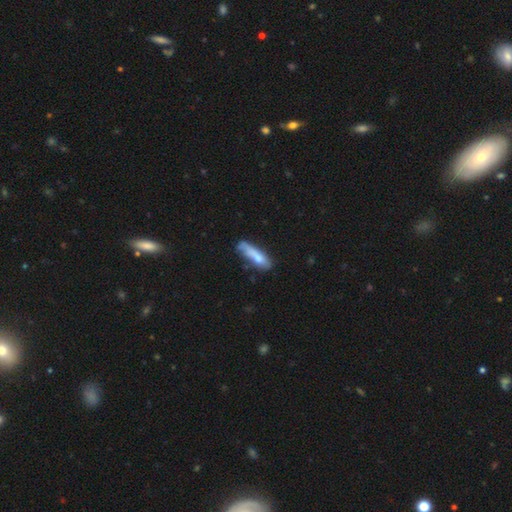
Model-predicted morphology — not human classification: smooth 71%, featured or disk 22%, star or artifact 7%. Down the decision tree: how rounded — cigar-shaped (70%); merging — none (43%).